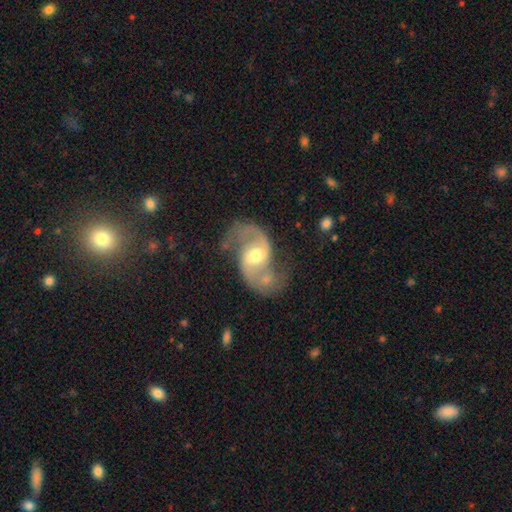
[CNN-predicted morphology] Overall: featured or disk (89%). Edge-on disk: no (98%). Bar: weak (51%; no 27%). Spiral arms: yes (96%). Spiral arm count: 2 (93%). Spiral winding: loose (50%; medium 42%). Bulge size: moderate (68%). Merging: none (63%).